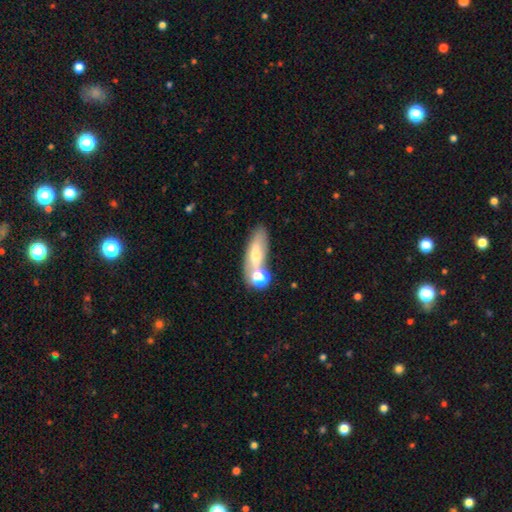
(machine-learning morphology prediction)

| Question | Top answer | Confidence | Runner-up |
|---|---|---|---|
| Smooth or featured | smooth | 54% | featured or disk (35%) |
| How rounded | in between | 56% | cigar-shaped (36%) |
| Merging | none | 52% | merger (26%) |